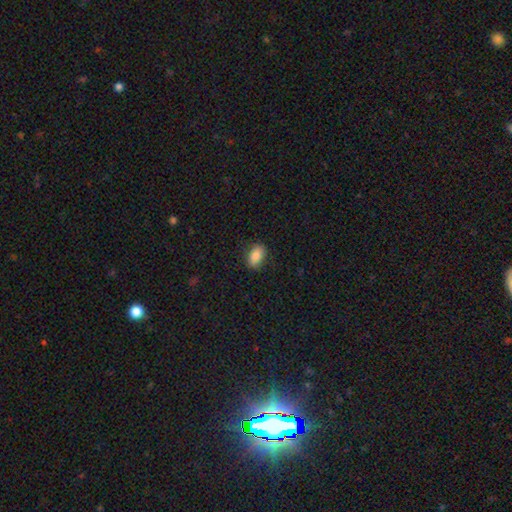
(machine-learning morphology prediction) The model was most divided on "merging": none: 86%, minor disturbance: 10%, major disturbance: 2%, merger: 1%. More confident: how rounded — in between (90%); smooth or featured — smooth (85%).